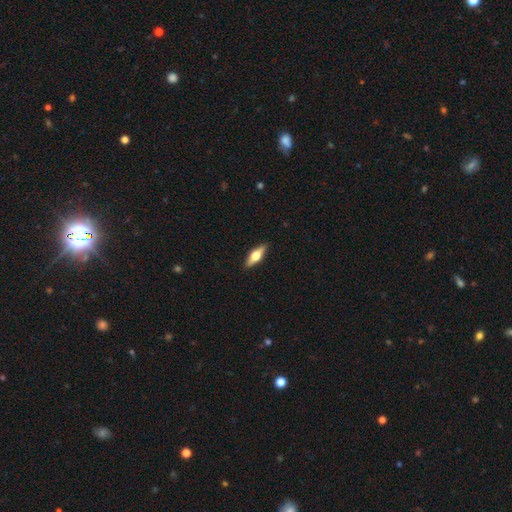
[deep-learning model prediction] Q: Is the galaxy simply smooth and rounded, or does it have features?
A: featured or disk — 50%.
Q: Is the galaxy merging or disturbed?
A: none — 89%.